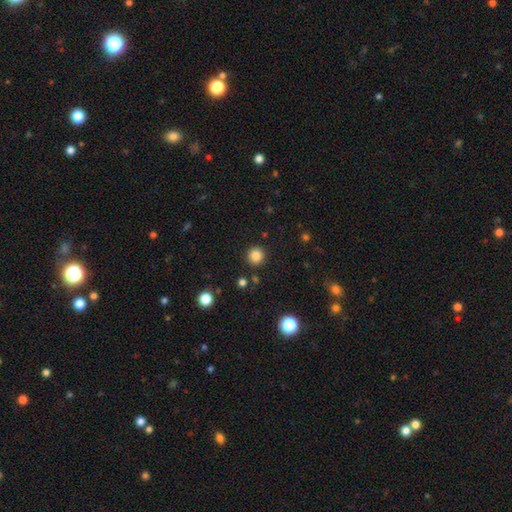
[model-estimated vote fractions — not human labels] Smooth or featured: smooth — 84% (star or artifact — 12%)
How rounded: round — 93% (in between — 6%)
Merging: none — 90% (minor disturbance — 6%)